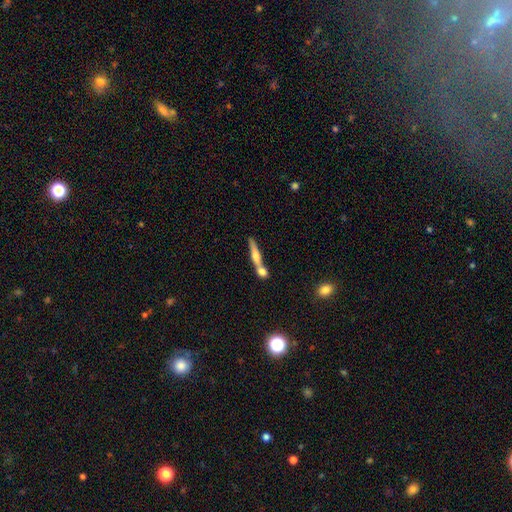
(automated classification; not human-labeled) A featured or disk galaxy (49%). Merging: none (48%).